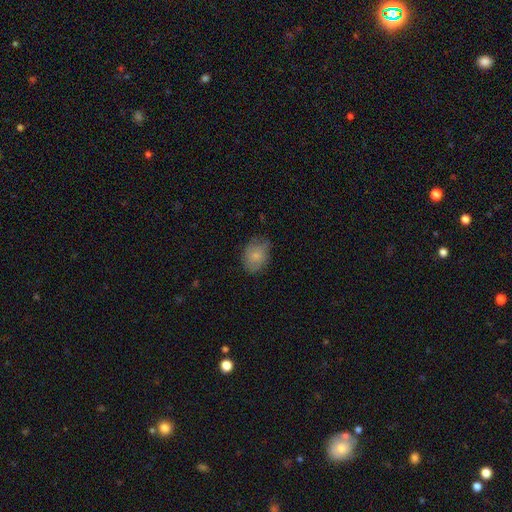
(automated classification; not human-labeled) smooth-or-featured: smooth: 77% | featured or disk: 15% | star or artifact: 7%
  how-rounded: in between: 67% | round: 32% | cigar-shaped: 1%
  merging: none: 69% | minor disturbance: 24% | major disturbance: 5% | merger: 1%